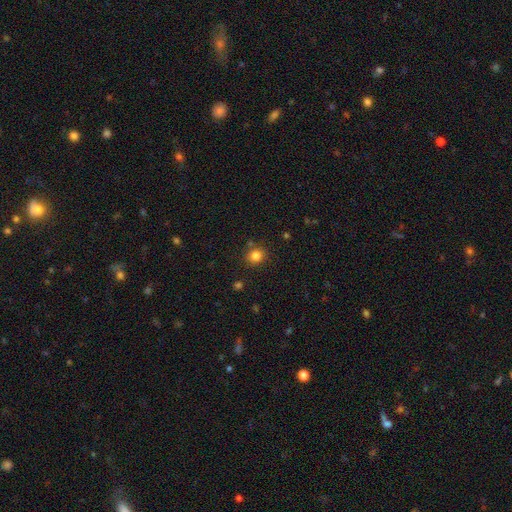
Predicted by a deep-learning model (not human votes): The model was most divided on "how rounded": round: 84%, in between: 16%, cigar-shaped: 1%. More confident: smooth or featured — smooth (82%); merging — none (81%).